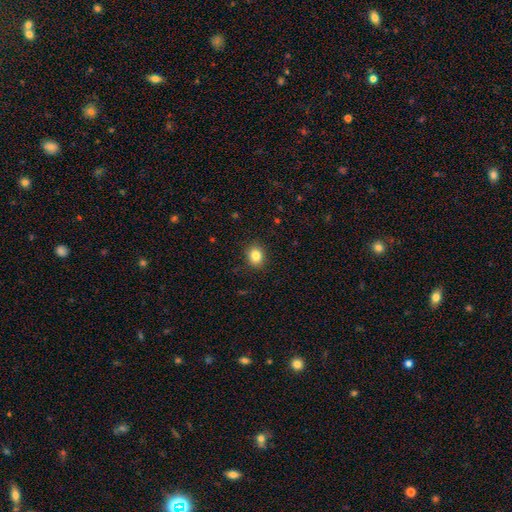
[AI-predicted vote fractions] Smooth or featured?
  - smooth: 84% *
  - star or artifact: 10%
  - featured or disk: 6%
How rounded?
  - round: 56% *
  - in between: 43%
  - cigar-shaped: 1%
Merging?
  - none: 89% *
  - minor disturbance: 8%
  - major disturbance: 2%
  - merger: 1%